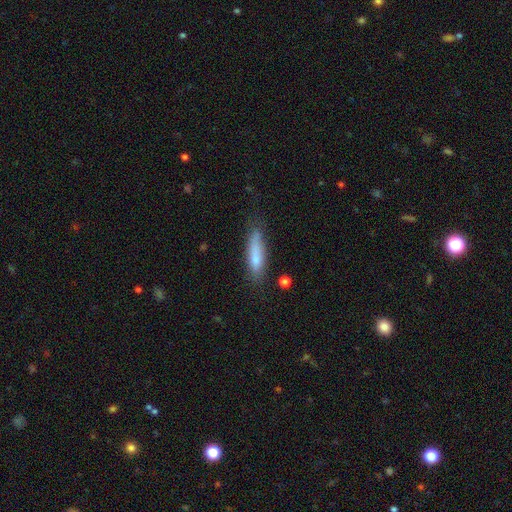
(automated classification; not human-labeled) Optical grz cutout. It shows a smooth galaxy with no disk features (75%) that is cigar-shaped (69%). Merging: none (68%).